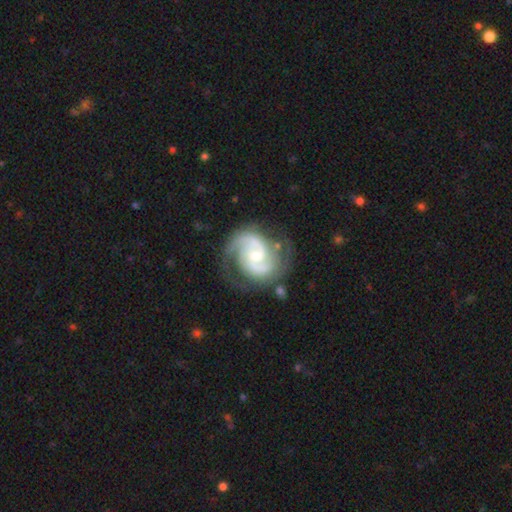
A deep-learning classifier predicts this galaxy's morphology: A featured or disk galaxy (91%) with no bar (50%), 2 (85%) medium (52%) spiral arms (98%) and a small central bulge (48%). Merging: none (73%).